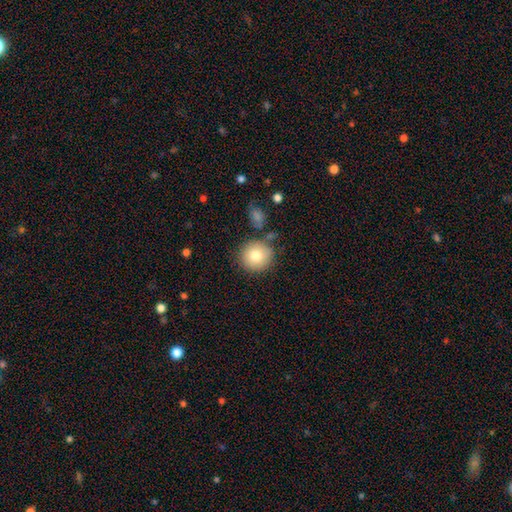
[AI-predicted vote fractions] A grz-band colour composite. It shows a smooth galaxy with no disk features (78%) that is round (93%). Merging: none (78%).